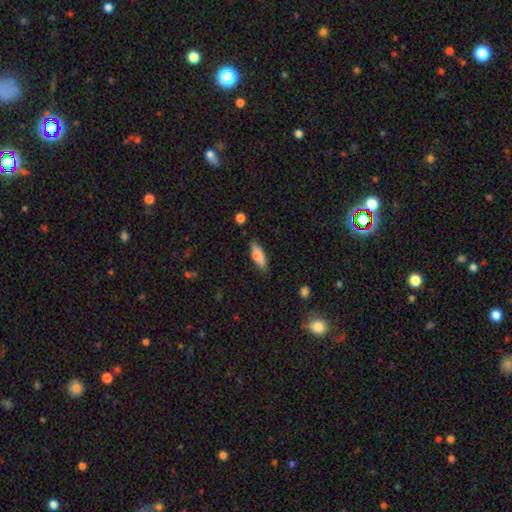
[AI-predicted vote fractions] This appears to be a smooth galaxy with no disk features (77%) that is in between round and cigar-shaped (59%). Merging: none (75%).